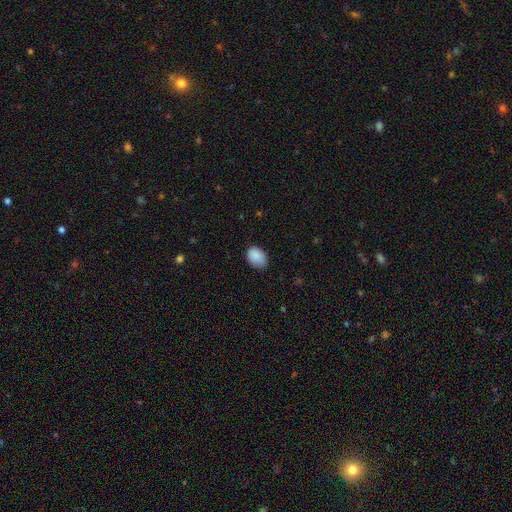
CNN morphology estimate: A smooth galaxy with no disk features (88%) that is in between round and cigar-shaped (76%). Merging: none (69%).